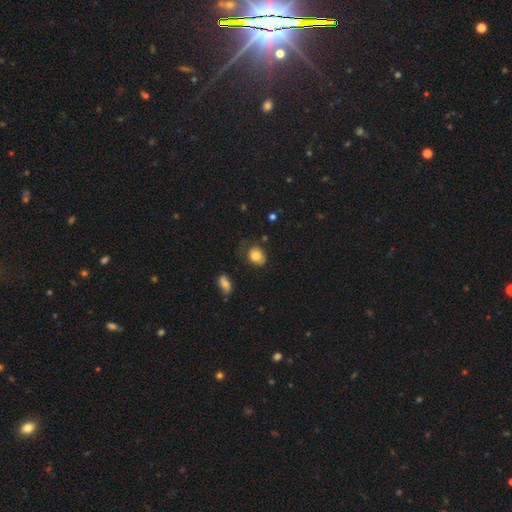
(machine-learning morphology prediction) Smooth or featured: smooth — 77% (featured or disk — 14%)
How rounded: round — 51% (in between — 48%)
Merging: none — 52% (minor disturbance — 30%)